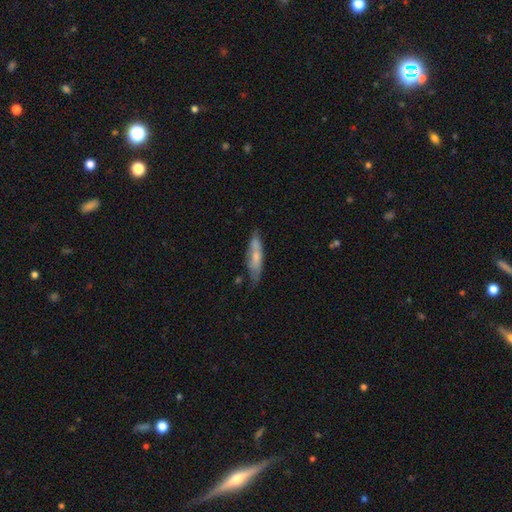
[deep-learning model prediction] A smooth galaxy with no disk features (52%) that is cigar-shaped (72%). Merging: none (63%).